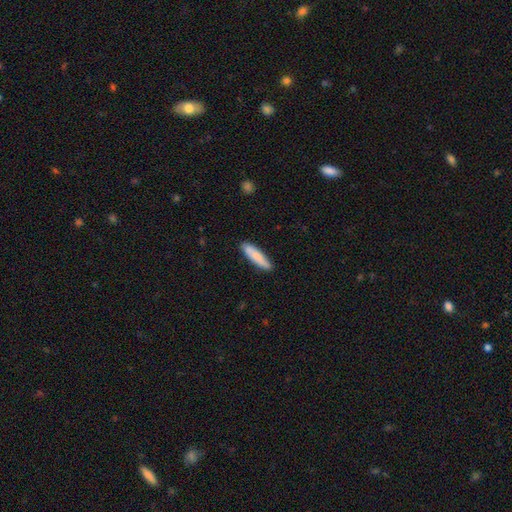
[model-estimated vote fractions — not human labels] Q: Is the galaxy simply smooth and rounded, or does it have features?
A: smooth — 84%.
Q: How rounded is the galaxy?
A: cigar-shaped — 77%.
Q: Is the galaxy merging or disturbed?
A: none — 85%.